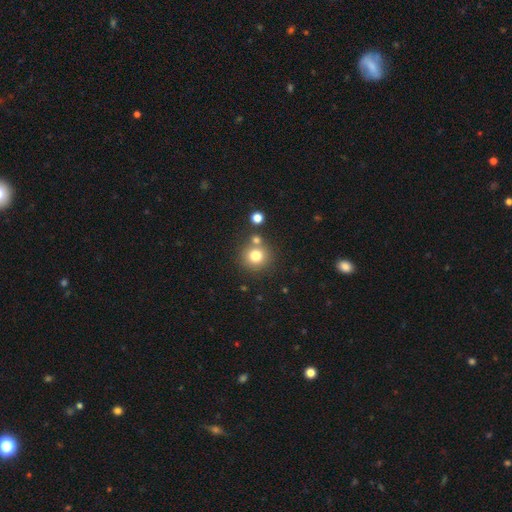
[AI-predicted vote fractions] The model was most divided on "merging": none: 71%, merger: 18%, minor disturbance: 9%, major disturbance: 3%. More confident: how rounded — round (91%); smooth or featured — smooth (78%).